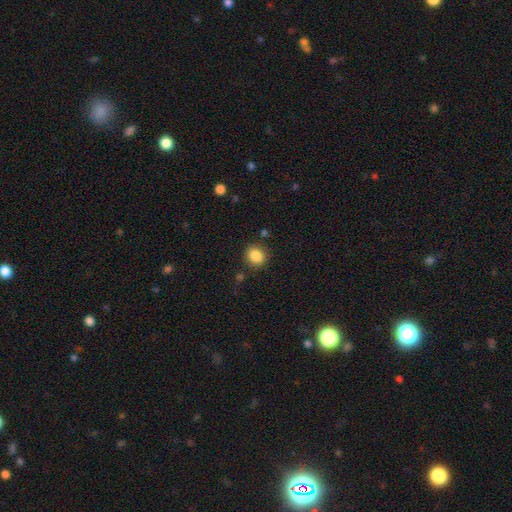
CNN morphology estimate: Smooth or featured? smooth (86%)
How rounded? round (72%)
Merging? none (83%)